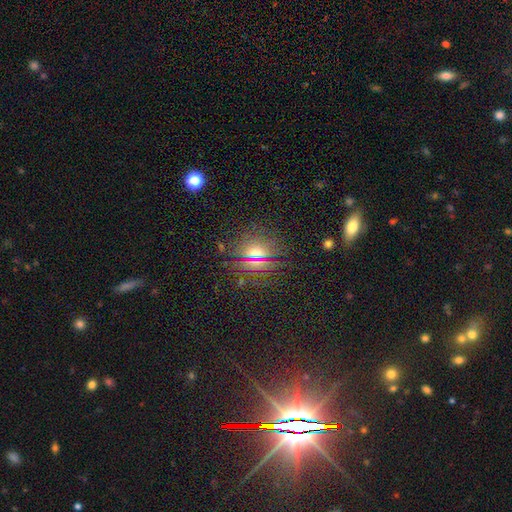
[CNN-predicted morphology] Smooth or featured? Predicted: smooth (p=0.46). Merging? Predicted: none (p=0.82).